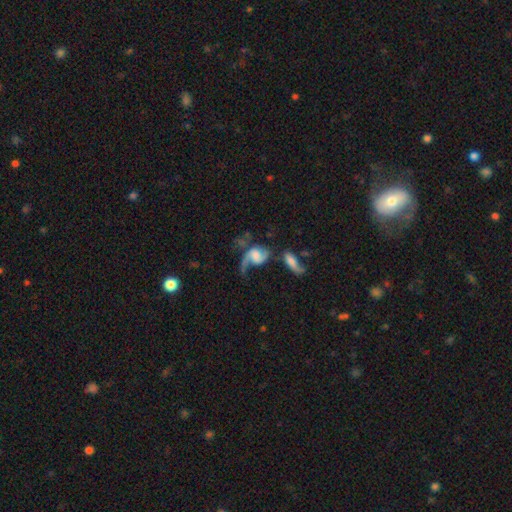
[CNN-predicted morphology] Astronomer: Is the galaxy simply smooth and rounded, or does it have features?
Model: featured or disk — 75%.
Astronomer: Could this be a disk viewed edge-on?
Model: no — 96%.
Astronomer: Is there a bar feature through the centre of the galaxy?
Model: no — 53% (runner-up: weak, 38%).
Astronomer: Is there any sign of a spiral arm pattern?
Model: yes — 91%.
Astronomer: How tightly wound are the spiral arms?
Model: loose — 67%.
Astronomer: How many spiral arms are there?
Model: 2 — 60%.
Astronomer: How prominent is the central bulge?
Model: moderate — 30% (runner-up: none, 25%).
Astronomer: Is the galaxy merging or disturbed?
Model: major disturbance — 33% (runner-up: none, 29%).